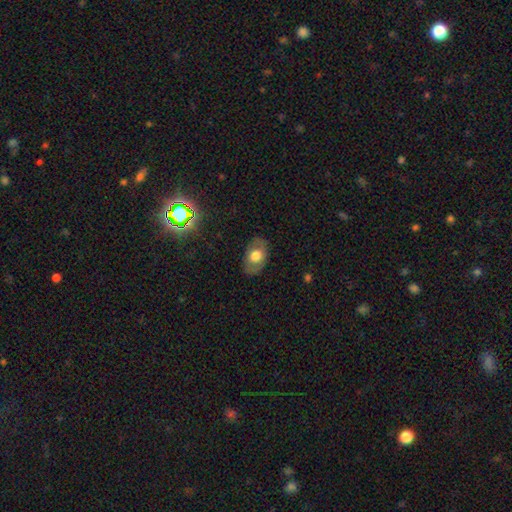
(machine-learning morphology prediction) Smooth or featured? Predicted: smooth (p=0.60). How rounded? Predicted: in between (p=0.84). Merging? Predicted: none (p=0.81).